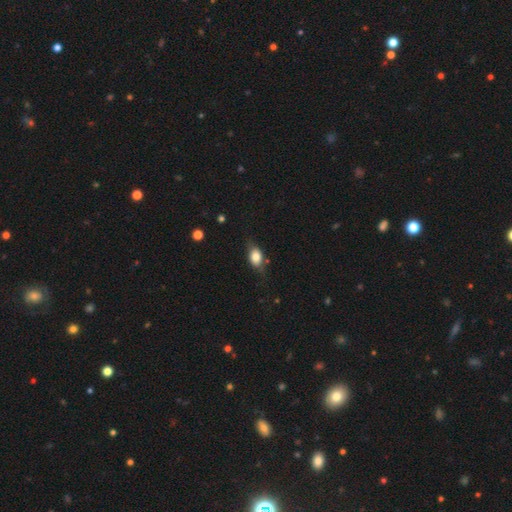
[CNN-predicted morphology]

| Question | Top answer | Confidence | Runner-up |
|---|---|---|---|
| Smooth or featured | smooth | 73% | featured or disk (19%) |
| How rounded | in between | 78% | round (18%) |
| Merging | none | 68% | minor disturbance (24%) |